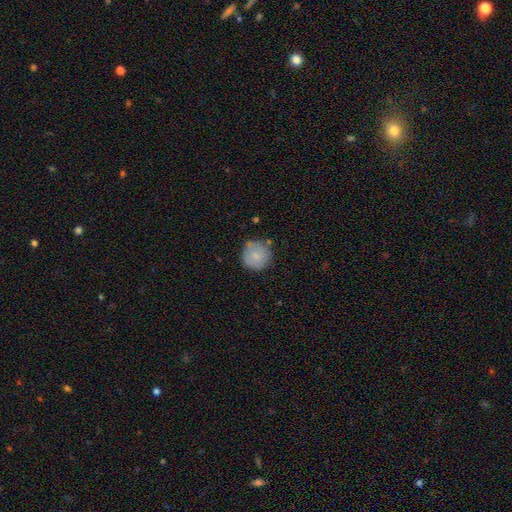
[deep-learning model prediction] Smooth or featured: smooth — 78% (featured or disk — 15%)
How rounded: round — 95% (in between — 4%)
Merging: none — 75% (minor disturbance — 18%)